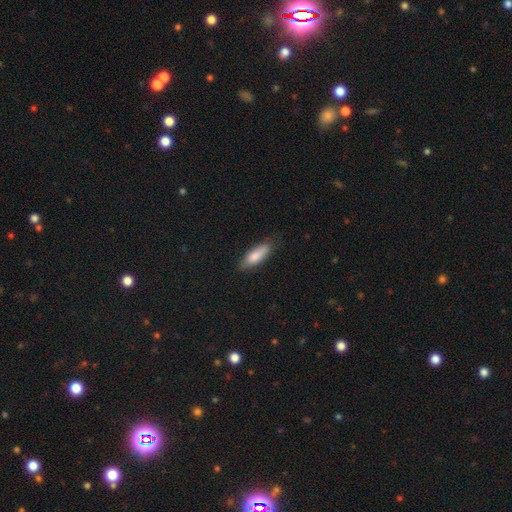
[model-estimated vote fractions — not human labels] Smooth or featured: smooth — 82% (featured or disk — 12%)
How rounded: in between — 57% (cigar-shaped — 41%)
Merging: none — 76% (minor disturbance — 19%)